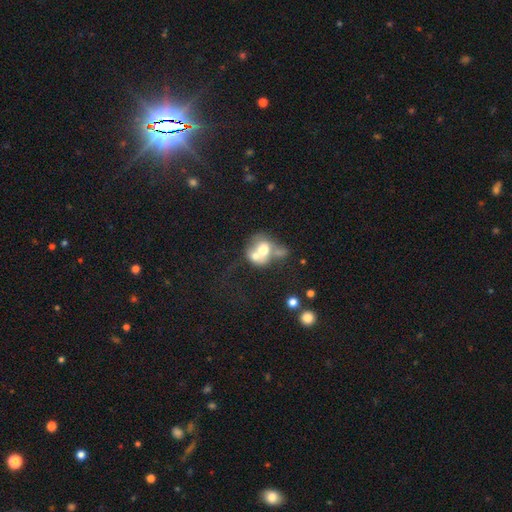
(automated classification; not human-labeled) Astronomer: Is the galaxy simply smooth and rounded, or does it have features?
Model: smooth — 56% (runner-up: featured or disk, 34%).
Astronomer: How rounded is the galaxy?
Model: round — 60% (runner-up: in between, 39%).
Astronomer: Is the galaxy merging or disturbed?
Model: merger — 71%.